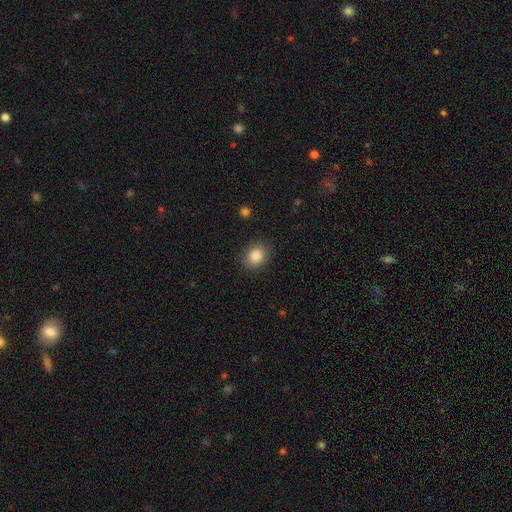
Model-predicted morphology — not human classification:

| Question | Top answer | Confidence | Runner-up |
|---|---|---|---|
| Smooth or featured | smooth | 86% | star or artifact (9%) |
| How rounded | round | 61% | in between (38%) |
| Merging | none | 86% | minor disturbance (10%) |